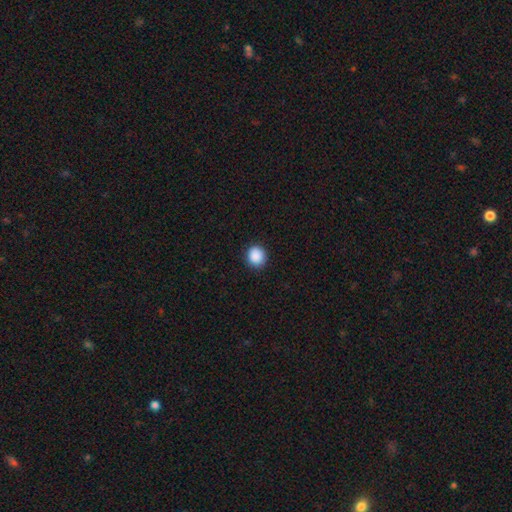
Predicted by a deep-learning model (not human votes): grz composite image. It shows a smooth galaxy with no disk features (89%) that is round (87%). Merging: none (90%).